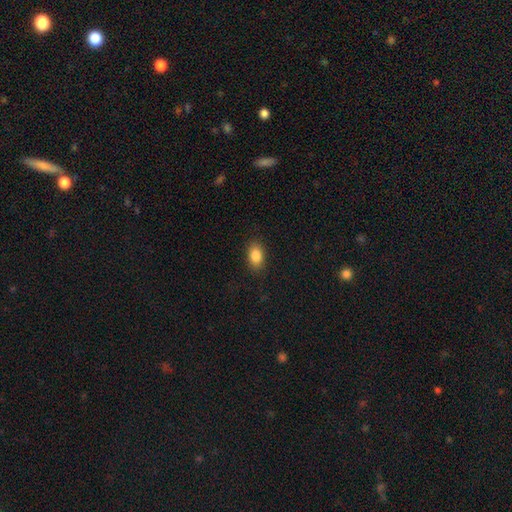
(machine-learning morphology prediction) This appears to be a smooth galaxy with no disk features (86%) that is in between round and cigar-shaped (86%). Merging: none (88%).